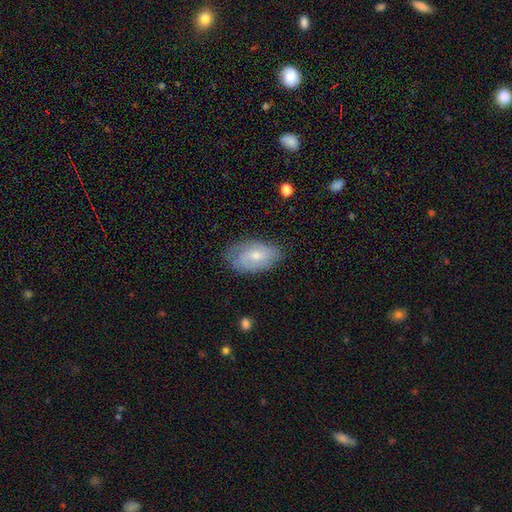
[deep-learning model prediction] This is possibly a featured or disk galaxy (51%). It is clearly not viewed edge-on (93%). Merging: likely none (73%).